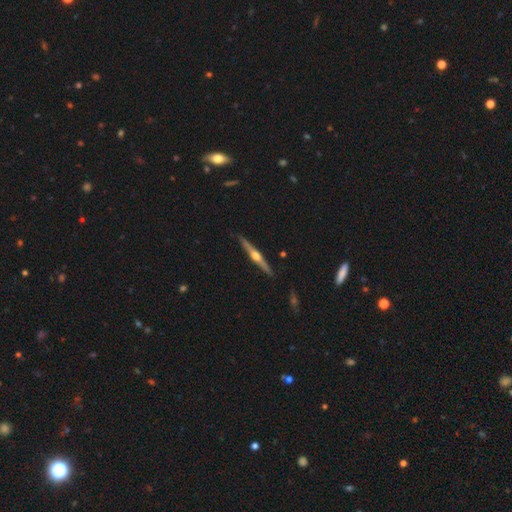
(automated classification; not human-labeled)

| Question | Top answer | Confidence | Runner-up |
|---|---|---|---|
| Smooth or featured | featured or disk | 79% | smooth (16%) |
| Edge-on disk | yes | 98% | no (2%) |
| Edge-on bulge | rounded | 94% | boxy (3%) |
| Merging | none | 91% | minor disturbance (7%) |